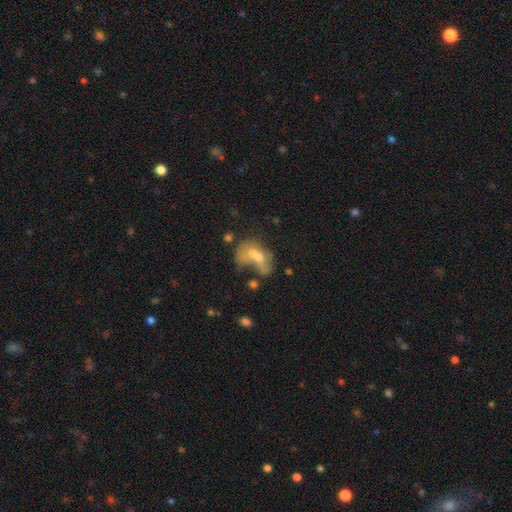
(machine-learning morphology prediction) This is possibly a smooth galaxy (50%). Merging: likely merger (64%).